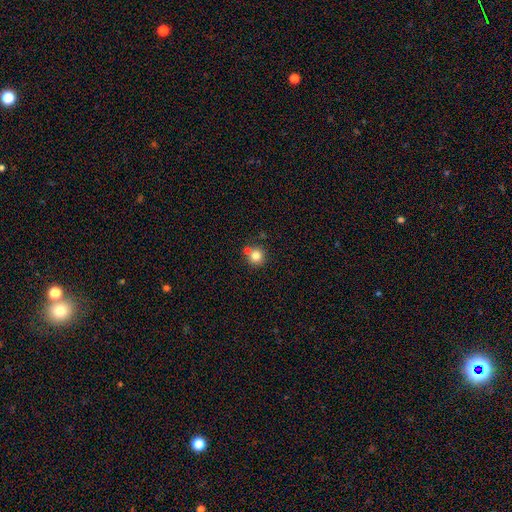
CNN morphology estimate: Overall: smooth (80%). How rounded: round (93%). Merging: none (65%; merger 25%).